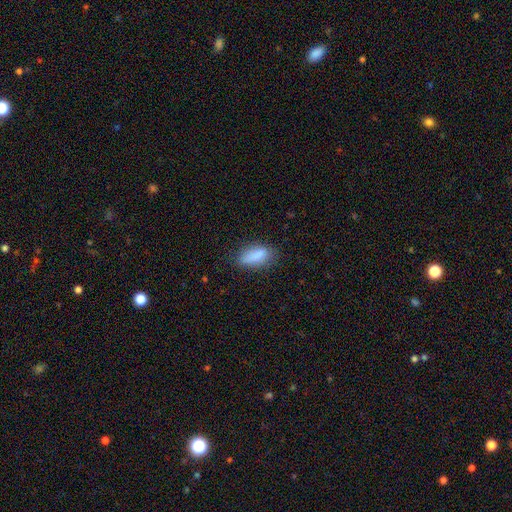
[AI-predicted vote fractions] This is clearly a smooth galaxy (84%). How rounded: clearly in between (82%). Merging: likely none (71%).